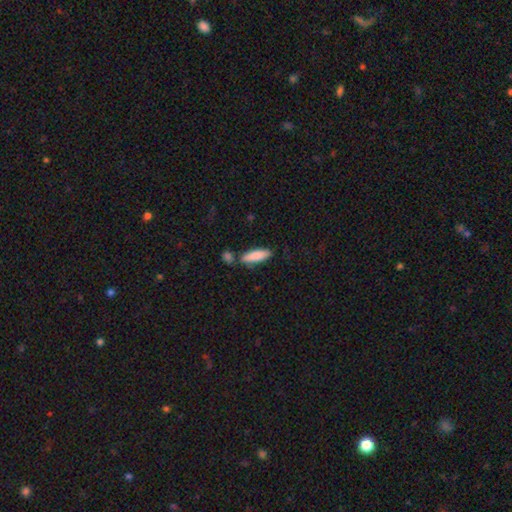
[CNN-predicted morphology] Smooth or featured?
  - smooth: 85% *
  - featured or disk: 9%
  - star or artifact: 6%
How rounded?
  - cigar-shaped: 52% *
  - in between: 46%
  - round: 2%
Merging?
  - none: 72% *
  - minor disturbance: 14%
  - merger: 11%
  - major disturbance: 4%